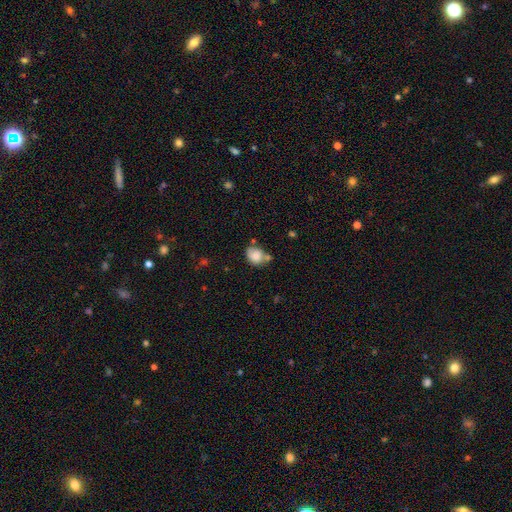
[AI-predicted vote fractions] Smooth or featured? smooth (79%)
How rounded? in between (56%)
Merging? none (44%)